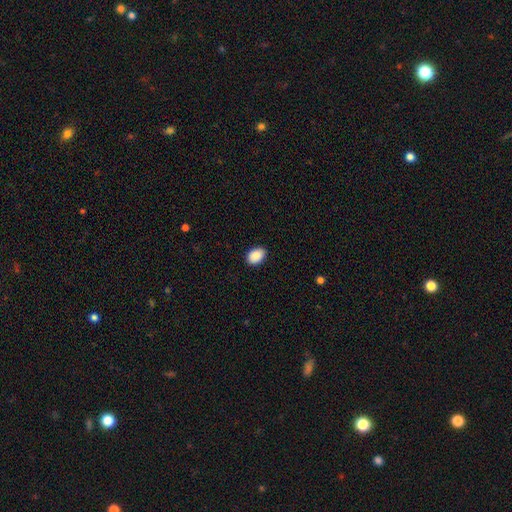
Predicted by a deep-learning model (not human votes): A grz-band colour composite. It shows a smooth galaxy with no disk features (90%) that is in between round and cigar-shaped (83%). Merging: none (88%).